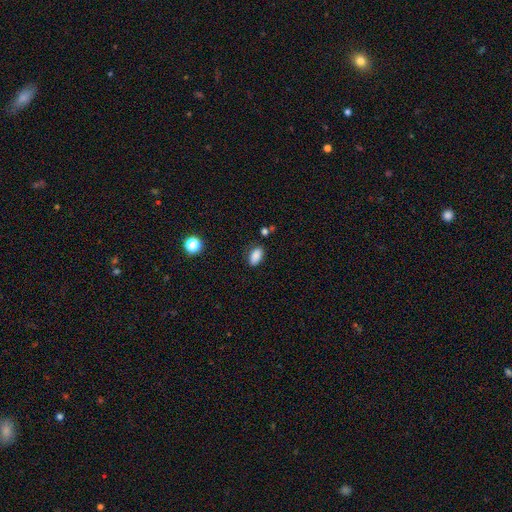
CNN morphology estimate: smooth_or_featured: smooth (p=0.87) [alt: star or artifact p=0.09]
how_rounded: in between (p=0.91) [alt: round p=0.06]
merging: none (p=0.82) [alt: minor disturbance p=0.12]